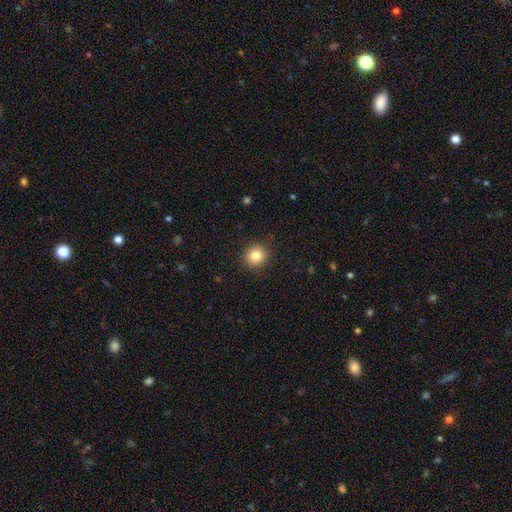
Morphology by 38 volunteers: Q: Smooth or featured?
A: smooth (89%); runner-up: featured or disk (5%)
Q: How rounded?
A: round (97%); runner-up: in between (3%)
Q: Merging?
A: none (92%); runner-up: minor disturbance (6%)